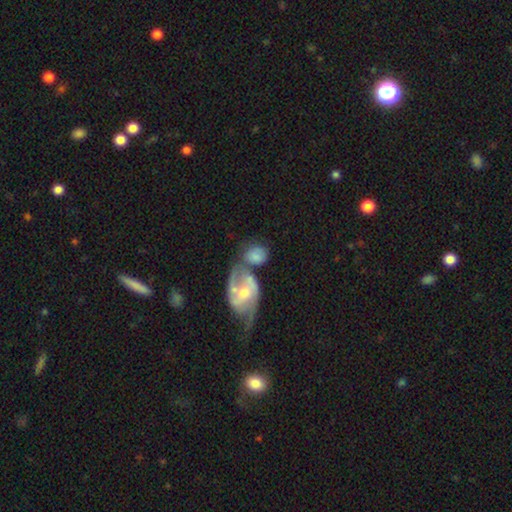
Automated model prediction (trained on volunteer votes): A smooth galaxy with no disk features (56%) that is in between round and cigar-shaped (54%). Merging: merger (44%).